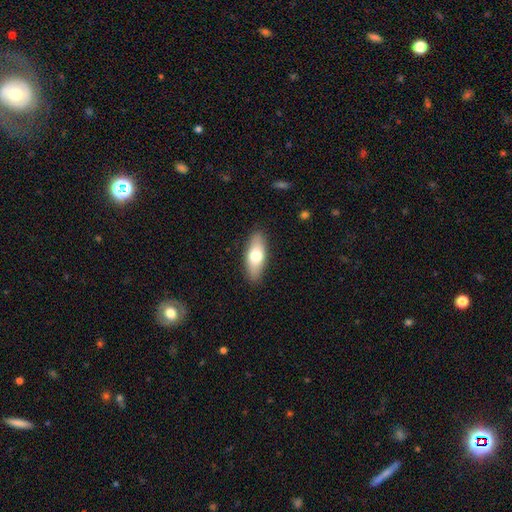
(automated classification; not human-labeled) Smooth or featured? Predicted: smooth (p=0.70). How rounded? Predicted: in between (p=0.72). Merging? Predicted: none (p=0.87).